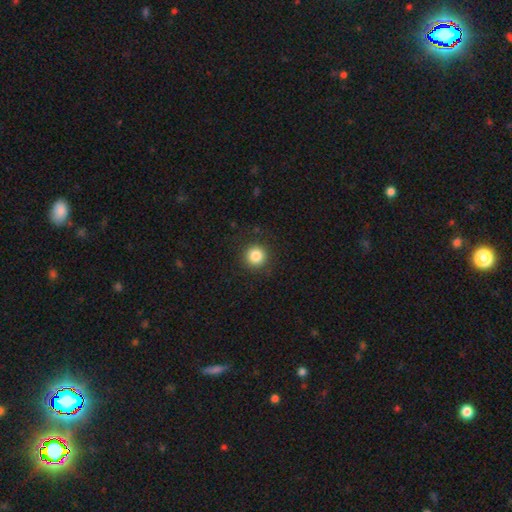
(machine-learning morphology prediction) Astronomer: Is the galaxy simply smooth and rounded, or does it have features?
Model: smooth — 84%.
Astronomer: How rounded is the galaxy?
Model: round — 95%.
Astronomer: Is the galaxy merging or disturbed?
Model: none — 90%.